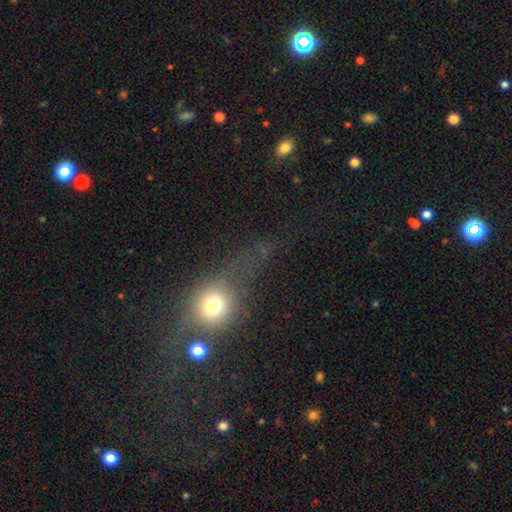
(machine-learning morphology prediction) Q: Smooth or featured?
A: smooth (48%); runner-up: star or artifact (28%)
Q: Merging?
A: none (48%); runner-up: major disturbance (24%)